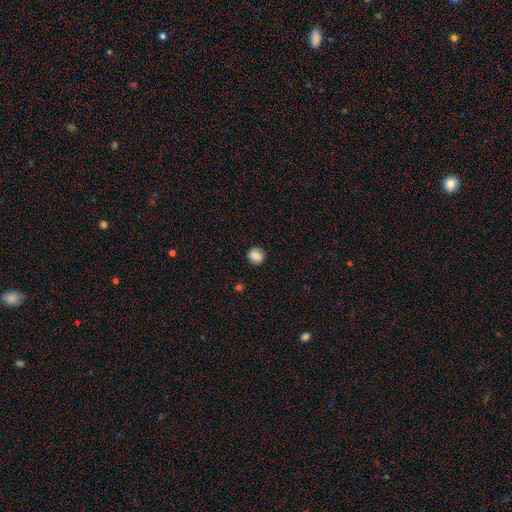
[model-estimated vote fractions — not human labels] Smooth or featured: smooth — 76% (featured or disk — 14%)
How rounded: round — 75% (in between — 24%)
Merging: none — 83% (minor disturbance — 13%)